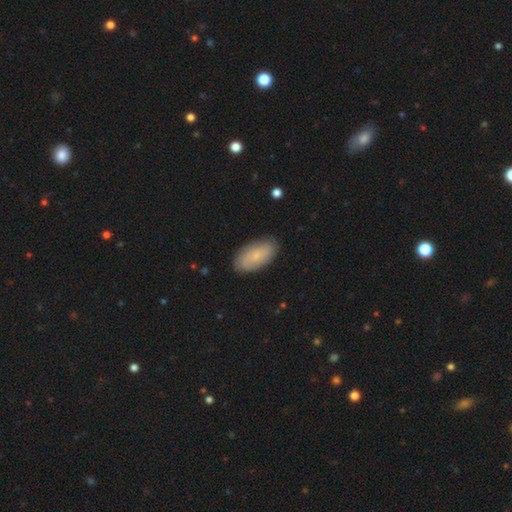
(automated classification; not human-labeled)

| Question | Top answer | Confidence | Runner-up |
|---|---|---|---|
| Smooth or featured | smooth | 59% | featured or disk (34%) |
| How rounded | in between | 92% | cigar-shaped (5%) |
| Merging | none | 83% | minor disturbance (13%) |